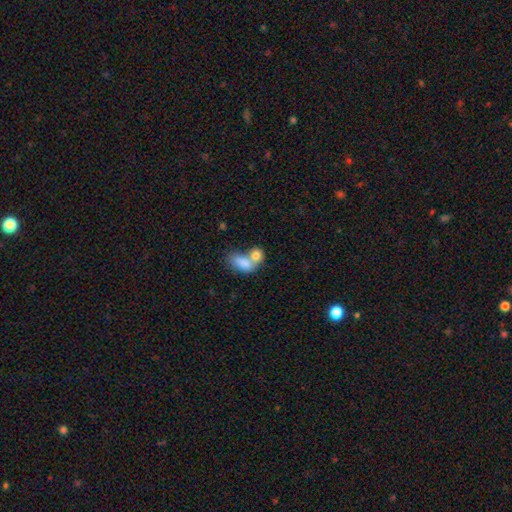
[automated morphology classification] Overall: smooth (80%). How rounded: in between (76%). Merging: merger (68%).